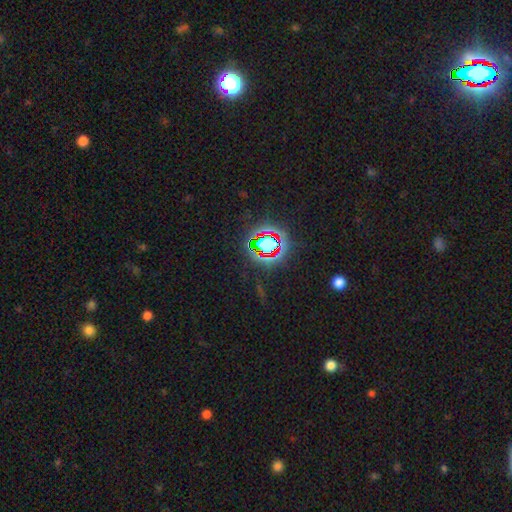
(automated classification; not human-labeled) Smooth or featured? Predicted: star or artifact (p=0.79).